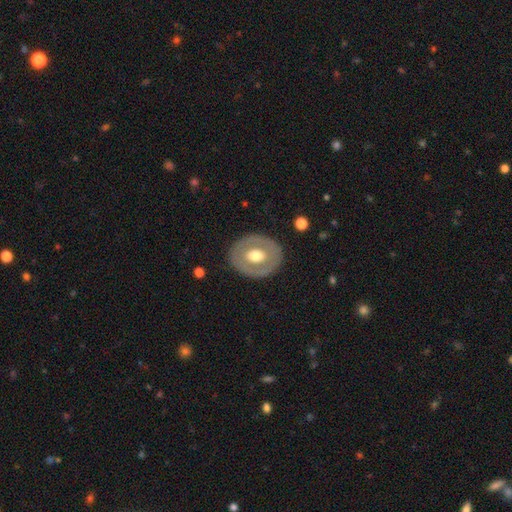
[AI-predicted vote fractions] Overall: featured or disk (52%; smooth 43%). Edge-on disk: no (93%). Merging: none (84%).